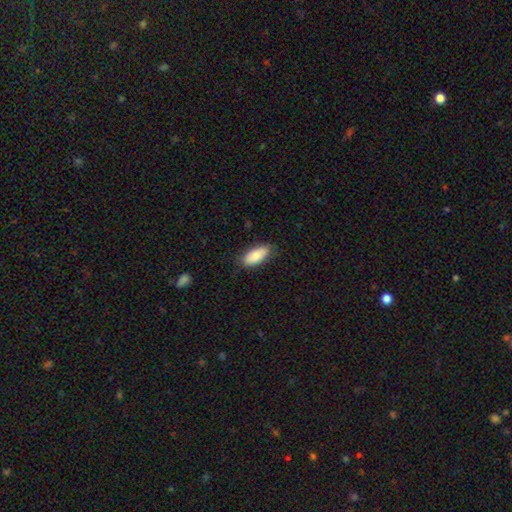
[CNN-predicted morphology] A smooth galaxy with no disk features (83%) that is in between round and cigar-shaped (87%).

Vote fractions:
- Smooth or featured? smooth: 83% / featured or disk: 11% / star or artifact: 6%
- How rounded? in between: 87% / cigar-shaped: 11% / round: 2%
- Merging? none: 80% / minor disturbance: 16% / major disturbance: 3% / merger: 1%